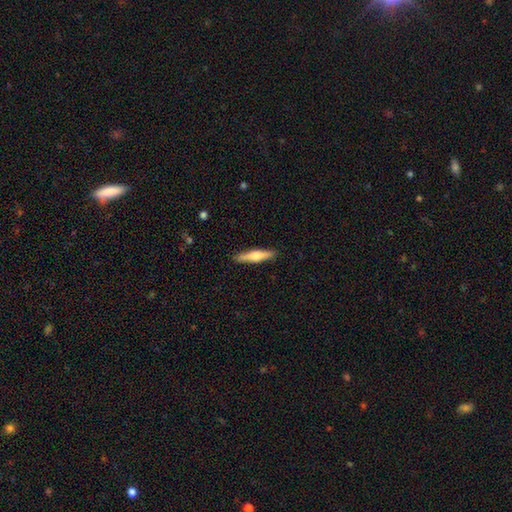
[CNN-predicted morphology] A smooth galaxy with no disk features (50%).

Vote fractions:
- Smooth or featured? smooth: 50% / featured or disk: 45% / star or artifact: 5%
- Merging? none: 90% / minor disturbance: 7% / major disturbance: 2% / merger: 1%